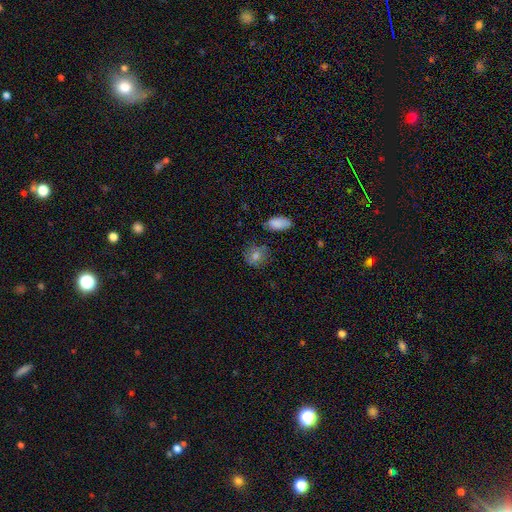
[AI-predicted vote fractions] The model was most divided on "smooth or featured": smooth: 68%, featured or disk: 17%, star or artifact: 15%. More confident: how rounded — round (82%); merging — none (77%).